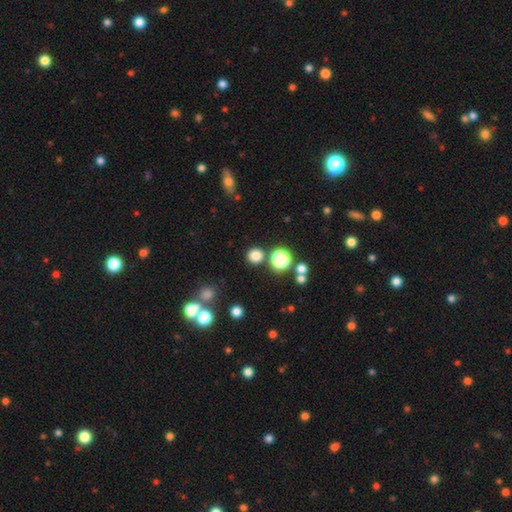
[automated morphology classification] This appears to be a smooth galaxy with no disk features (77%) that is round (93%). Merging: none (84%).